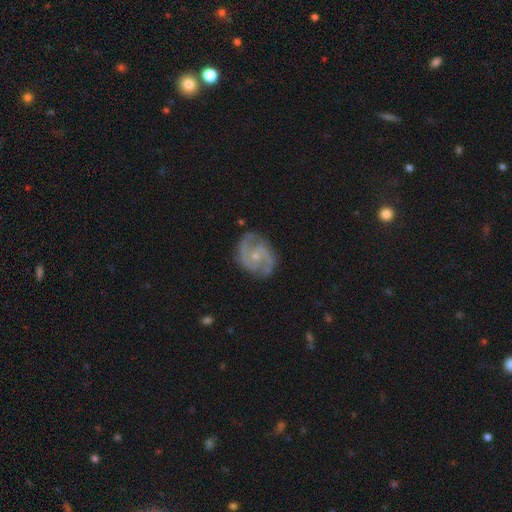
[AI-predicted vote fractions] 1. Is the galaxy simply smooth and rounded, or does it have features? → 89% featured or disk, 7% smooth, 5% star or artifact.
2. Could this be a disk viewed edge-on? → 98% no, 2% yes.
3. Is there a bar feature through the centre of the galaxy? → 62% no, 32% weak, 6% strong.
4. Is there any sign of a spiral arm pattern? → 97% yes, 3% no.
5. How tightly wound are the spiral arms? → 54% medium, 33% tight, 13% loose.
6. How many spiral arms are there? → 88% 2, 4% 3, 4% can't tell, 1% 1, 1% 4, 1% more than 4.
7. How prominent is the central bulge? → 65% small, 31% moderate, 2% none, 1% large, 1% dominant.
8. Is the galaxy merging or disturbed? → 79% none, 15% minor disturbance, 4% major disturbance, 1% merger.